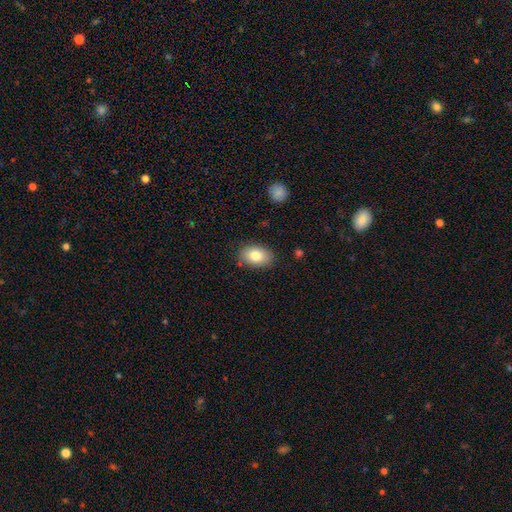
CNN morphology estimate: A smooth galaxy with no disk features (81%) that is in between round and cigar-shaped (88%).

Vote fractions:
- Smooth or featured? smooth: 81% / featured or disk: 11% / star or artifact: 8%
- How rounded? in between: 88% / round: 11% / cigar-shaped: 1%
- Merging? none: 84% / minor disturbance: 12% / major disturbance: 3% / merger: 2%